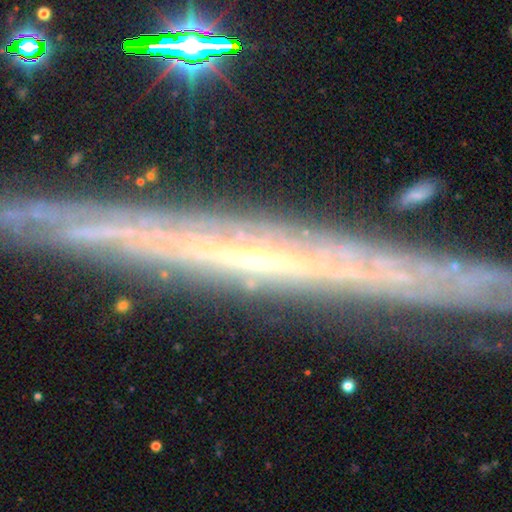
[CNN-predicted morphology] Overall: featured or disk (76%). Edge-on disk: yes (89%). Edge-on bulge: none (74%). Merging: none (82%).